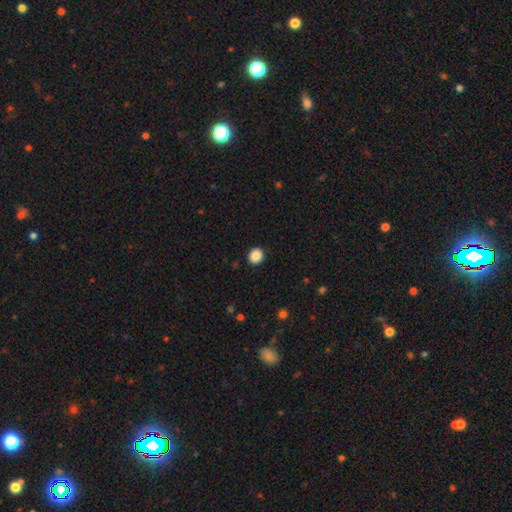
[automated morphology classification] A smooth galaxy with no disk features (88%) that is round (85%).

Vote fractions:
- Smooth or featured? smooth: 88% / star or artifact: 10% / featured or disk: 3%
- How rounded? round: 85% / in between: 14% / cigar-shaped: 1%
- Merging? none: 92% / minor disturbance: 6% / major disturbance: 2% / merger: 1%